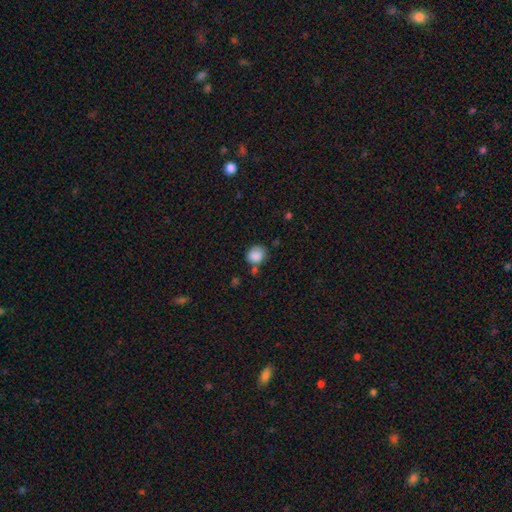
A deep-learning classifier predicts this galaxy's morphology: This is clearly a smooth galaxy (85%). How rounded: likely round (70%). Merging: possibly none (59%).